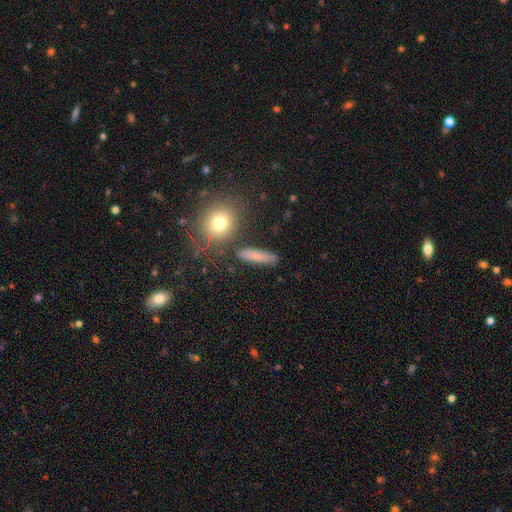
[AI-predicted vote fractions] Smooth or featured: smooth — 69% (featured or disk — 21%)
How rounded: cigar-shaped — 66% (in between — 24%)
Merging: none — 80% (minor disturbance — 12%)